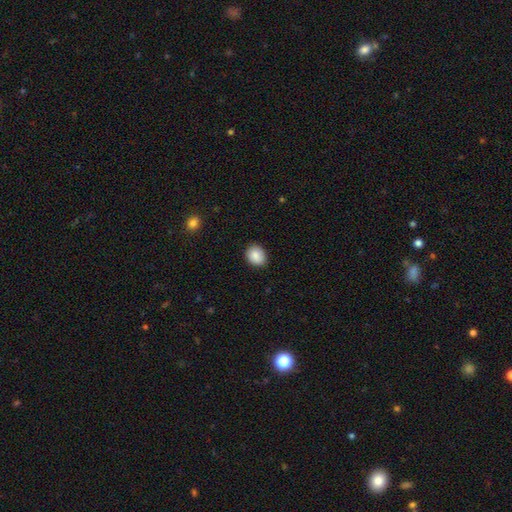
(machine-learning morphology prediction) smooth_or_featured: smooth (p=0.87) [alt: star or artifact p=0.08]
how_rounded: round (p=0.50) [alt: in between p=0.49]
merging: none (p=0.87) [alt: minor disturbance p=0.10]